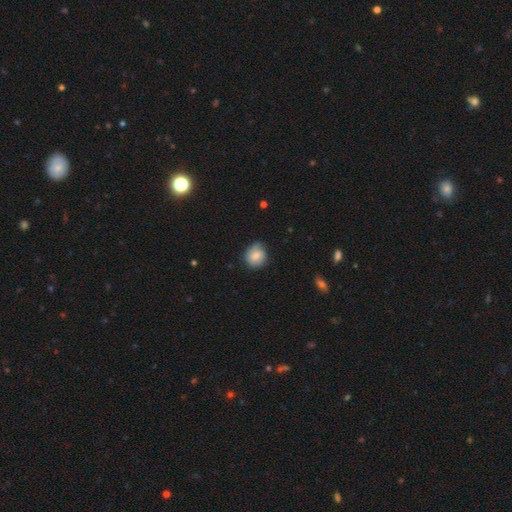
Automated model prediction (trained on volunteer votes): A smooth galaxy with no disk features (74%) that is round (76%).

Vote fractions:
- Smooth or featured? smooth: 74% / featured or disk: 18% / star or artifact: 8%
- How rounded? round: 76% / in between: 23% / cigar-shaped: 1%
- Merging? none: 63% / minor disturbance: 30% / major disturbance: 6% / merger: 2%